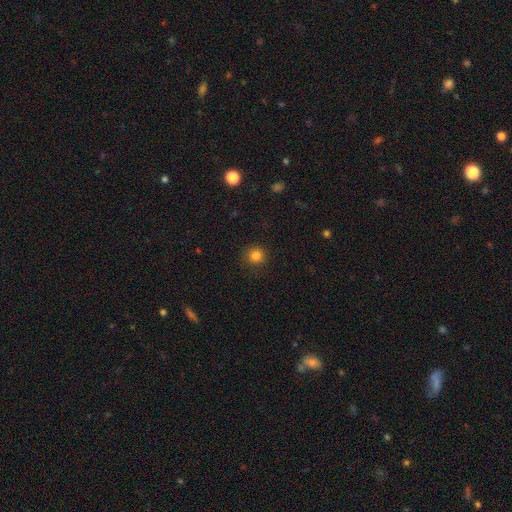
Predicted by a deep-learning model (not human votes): Q: Smooth or featured?
A: smooth (83%); runner-up: star or artifact (13%)
Q: How rounded?
A: round (94%); runner-up: in between (5%)
Q: Merging?
A: none (90%); runner-up: minor disturbance (6%)